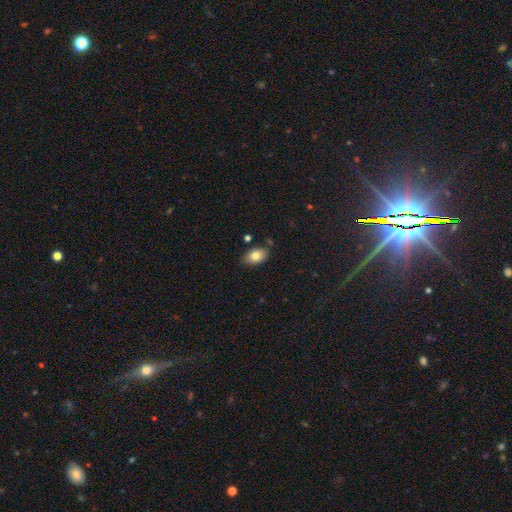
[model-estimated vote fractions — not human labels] Smooth or featured? smooth (80%)
How rounded? in between (90%)
Merging? none (81%)